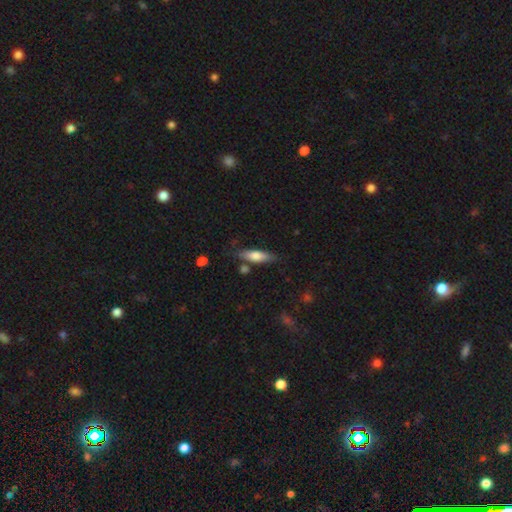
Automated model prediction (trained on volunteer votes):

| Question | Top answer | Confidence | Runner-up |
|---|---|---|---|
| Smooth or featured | smooth | 69% | featured or disk (25%) |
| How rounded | cigar-shaped | 61% | in between (37%) |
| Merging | none | 75% | minor disturbance (15%) |